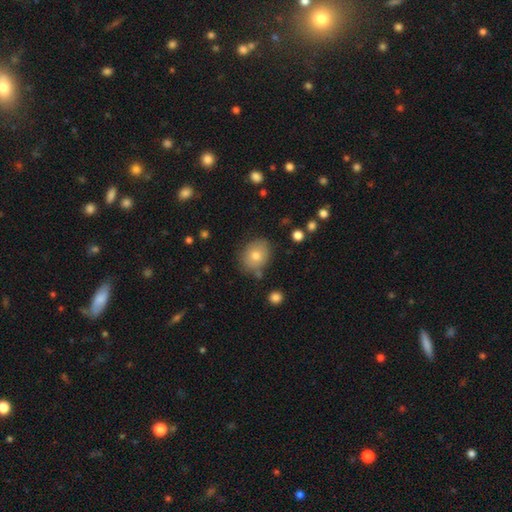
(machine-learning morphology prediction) type=smooth (76%); roundness=round (54%); merging=none (75%).